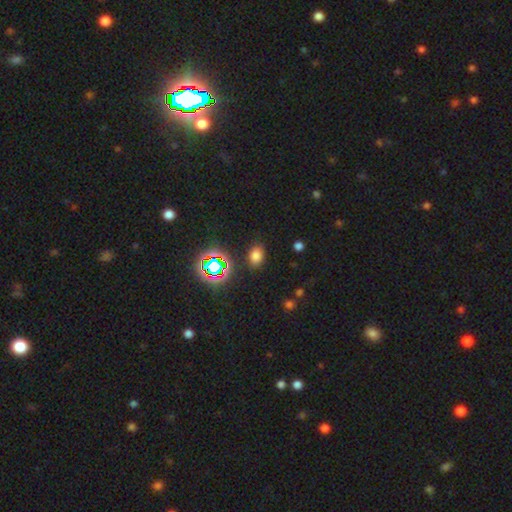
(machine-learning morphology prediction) The model was most divided on "smooth or featured": smooth: 69%, star or artifact: 24%, featured or disk: 7%. More confident: merging — none (85%); how rounded — in between (74%).